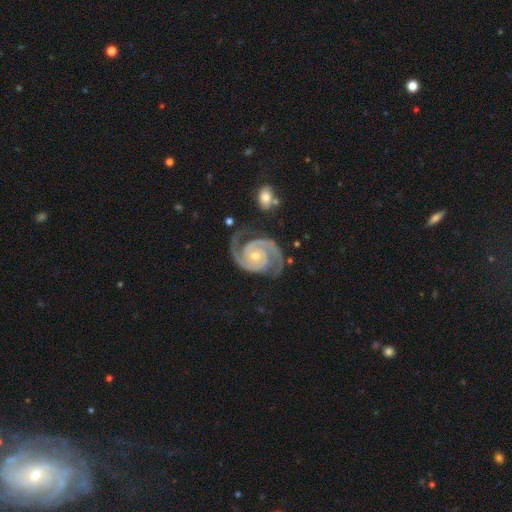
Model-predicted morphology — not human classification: This is clearly a featured or disk galaxy (94%). It is clearly not viewed edge-on (98%). Bar: likely no (64%). Spiral arm pattern: clearly yes (99%). Spiral arm count: clearly 2 (92%). Spiral winding: possibly tight (53%). Central bulge: possibly small (57%). Merging: likely none (76%).